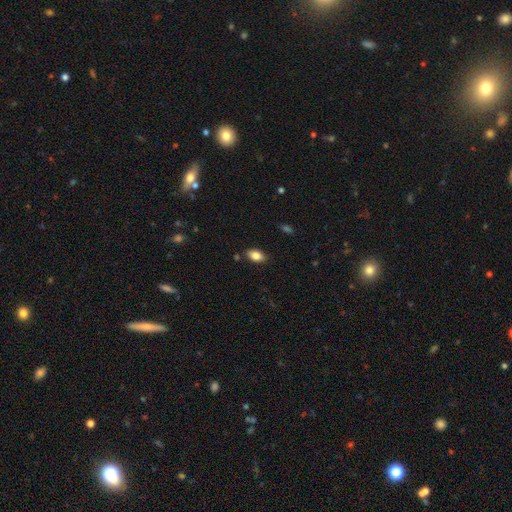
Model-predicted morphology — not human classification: smooth-or-featured: smooth: 84% | star or artifact: 8% | featured or disk: 8%
  how-rounded: in between: 91% | round: 6% | cigar-shaped: 3%
  merging: none: 85% | minor disturbance: 11% | major disturbance: 2% | merger: 2%